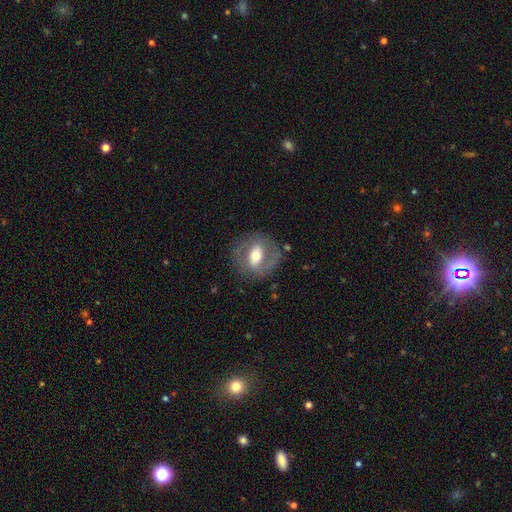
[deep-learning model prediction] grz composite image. It shows a featured or disk galaxy (62%) with a weak bar (37%), spiral arms (53%) and a moderate central bulge (65%). Merging: none (76%).